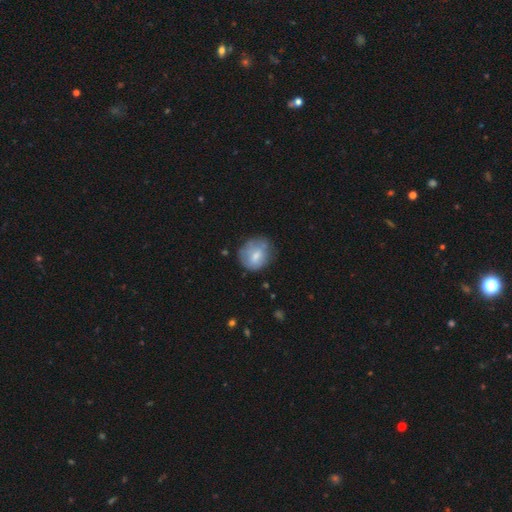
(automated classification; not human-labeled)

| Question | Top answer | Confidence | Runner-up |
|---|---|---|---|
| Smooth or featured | smooth | 66% | featured or disk (26%) |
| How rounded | round | 72% | in between (27%) |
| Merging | none | 61% | minor disturbance (25%) |